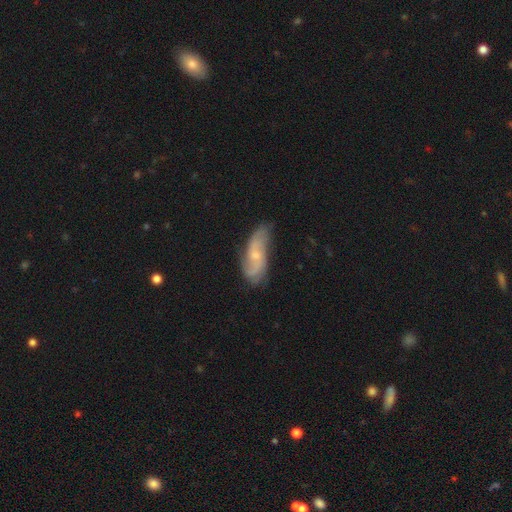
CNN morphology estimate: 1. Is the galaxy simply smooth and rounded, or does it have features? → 69% featured or disk, 25% smooth, 7% star or artifact.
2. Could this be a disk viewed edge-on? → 91% no, 9% yes.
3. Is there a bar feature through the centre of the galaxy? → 60% no, 34% weak, 5% strong.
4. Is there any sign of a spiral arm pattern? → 91% yes, 9% no.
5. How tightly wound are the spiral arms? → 41% loose, 40% medium, 19% tight.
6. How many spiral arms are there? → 63% 2, 18% can't tell, 11% 3, 3% 1, 3% 4, 2% more than 4.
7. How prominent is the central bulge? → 62% small, 30% moderate, 5% none, 1% large, 1% dominant.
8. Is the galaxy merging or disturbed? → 63% none, 26% minor disturbance, 9% major disturbance, 2% merger.